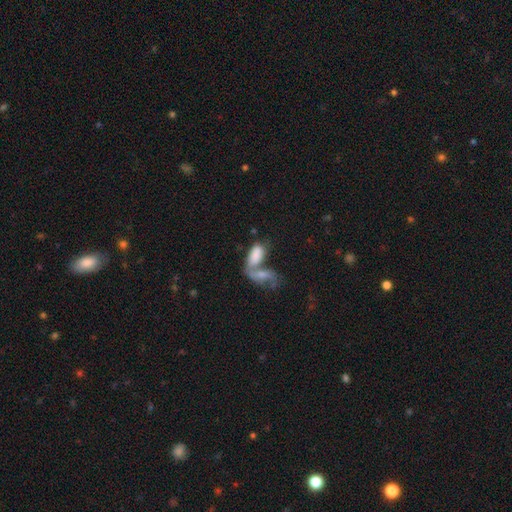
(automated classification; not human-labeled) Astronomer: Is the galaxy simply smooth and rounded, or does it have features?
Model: smooth — 73%.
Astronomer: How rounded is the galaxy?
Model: in between — 90%.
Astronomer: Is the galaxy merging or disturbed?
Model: merger — 69%.